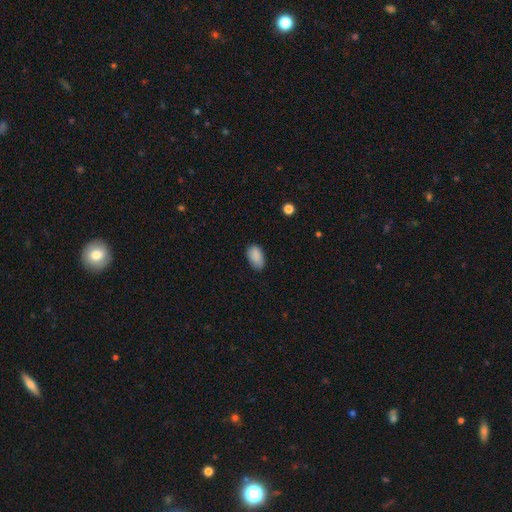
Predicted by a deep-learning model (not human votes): smooth_or_featured: smooth (p=0.88) [alt: star or artifact p=0.08]
how_rounded: in between (p=0.93) [alt: round p=0.05]
merging: none (p=0.78) [alt: minor disturbance p=0.18]